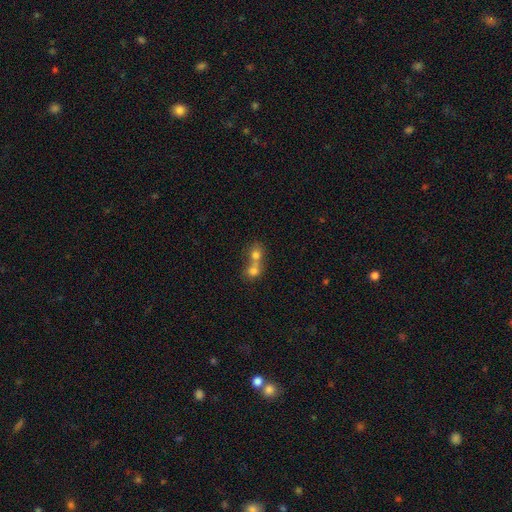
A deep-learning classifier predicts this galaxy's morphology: smooth-or-featured: smooth: 68% | featured or disk: 18% | star or artifact: 13%
  how-rounded: round: 72% | in between: 26% | cigar-shaped: 1%
  merging: merger: 71% | none: 22% | minor disturbance: 4% | major disturbance: 3%